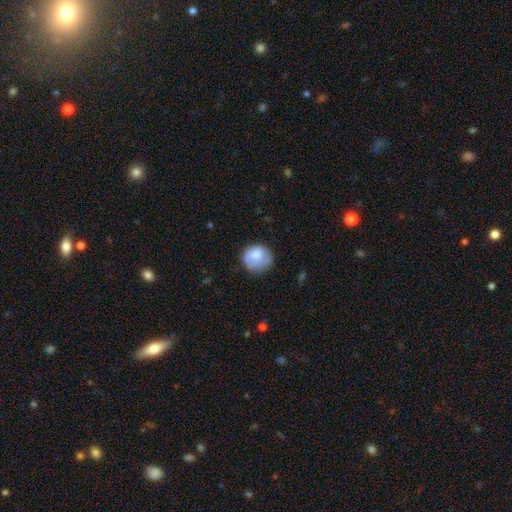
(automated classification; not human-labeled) A smooth galaxy with no disk features (78%) that is round (80%).

Vote fractions:
- Smooth or featured? smooth: 78% / featured or disk: 15% / star or artifact: 7%
- How rounded? round: 80% / in between: 19% / cigar-shaped: 1%
- Merging? none: 63% / minor disturbance: 25% / major disturbance: 10% / merger: 2%